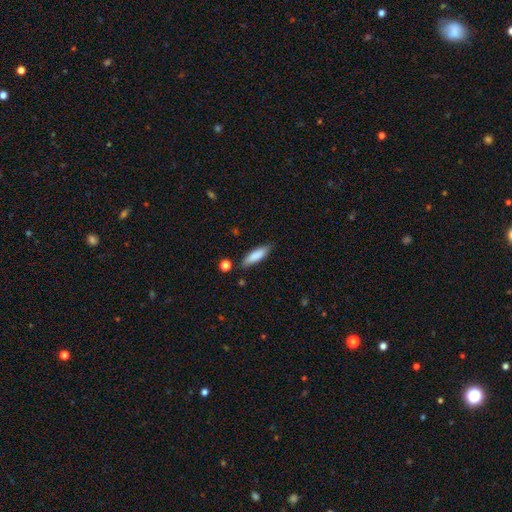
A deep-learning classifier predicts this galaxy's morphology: Smooth or featured: smooth — 85% (featured or disk — 9%)
How rounded: cigar-shaped — 57% (in between — 41%)
Merging: none — 82% (minor disturbance — 13%)